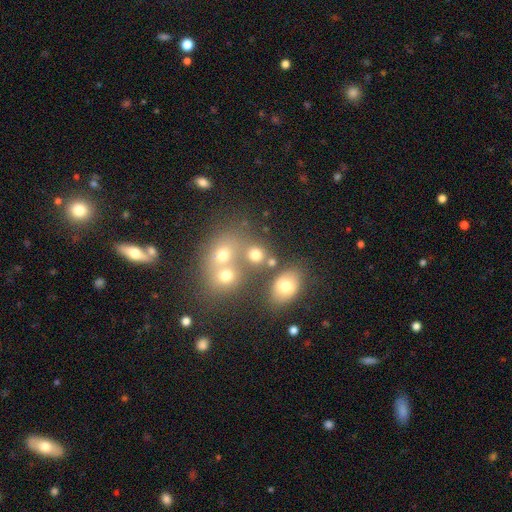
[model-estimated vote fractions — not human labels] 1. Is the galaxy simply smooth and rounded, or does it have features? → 69% smooth, 18% star or artifact, 13% featured or disk.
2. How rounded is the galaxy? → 62% round, 36% in between, 1% cigar-shaped.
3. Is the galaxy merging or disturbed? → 54% none, 31% merger, 10% minor disturbance, 5% major disturbance.